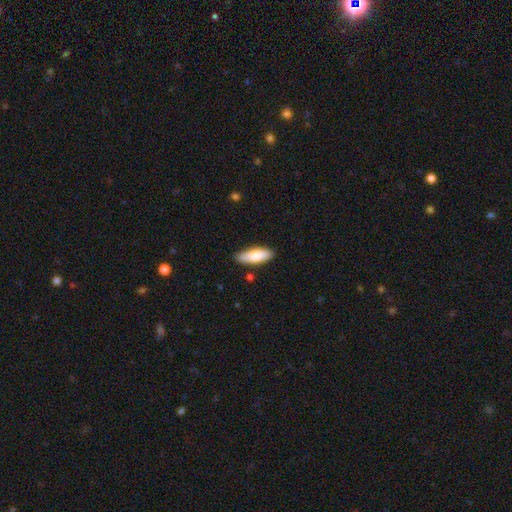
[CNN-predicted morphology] Overall: smooth (78%). How rounded: in between (62%; cigar-shaped 36%). Merging: none (86%).